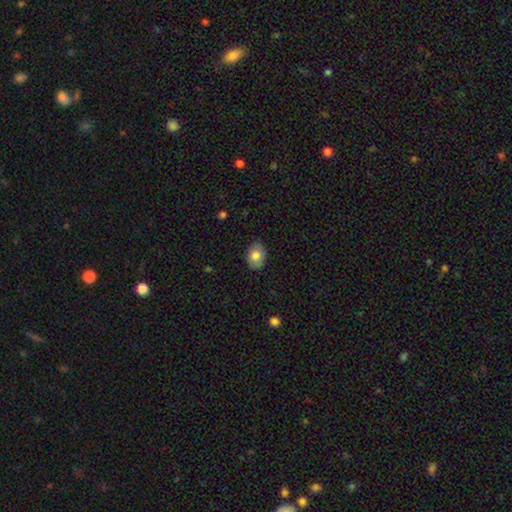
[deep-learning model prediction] Smooth or featured? Predicted: smooth (p=0.79). How rounded? Predicted: in between (p=0.78). Merging? Predicted: none (p=0.85).